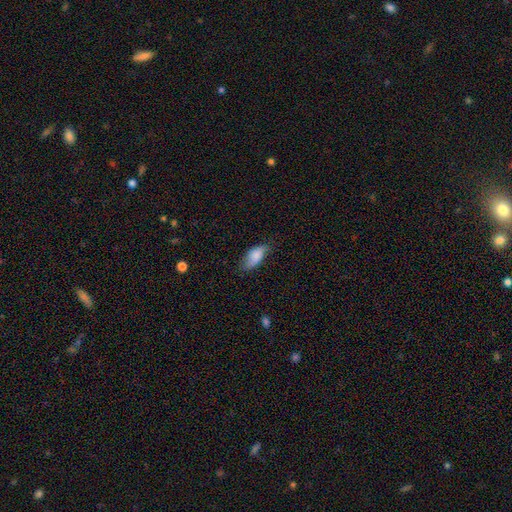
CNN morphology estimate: This appears to be a smooth galaxy with no disk features (79%) that is in between round and cigar-shaped (89%). Merging: none (59%).